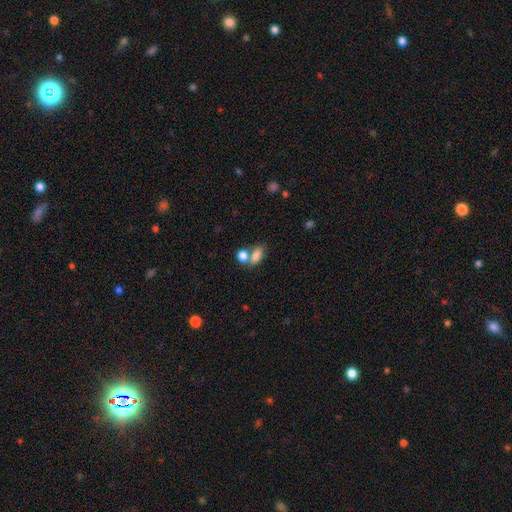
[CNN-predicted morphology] The model was most divided on "merging": none: 44%, merger: 40%, minor disturbance: 11%, major disturbance: 5%. More confident: smooth or featured — smooth (81%); how rounded — in between (81%).